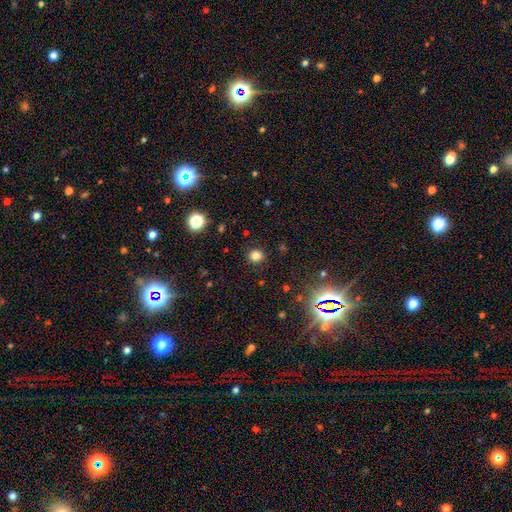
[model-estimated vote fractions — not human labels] This appears to be a smooth galaxy with no disk features (80%) that is round (84%). Merging: none (89%).